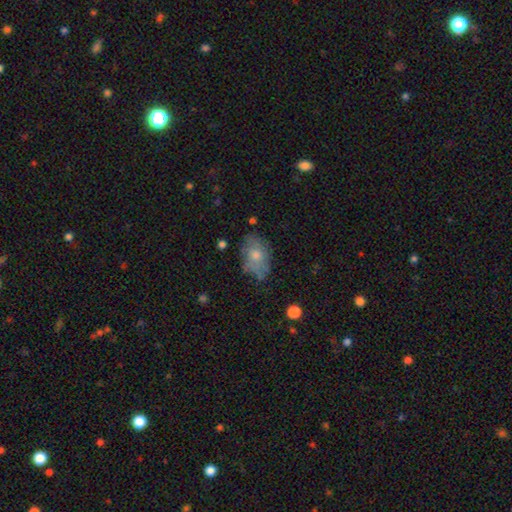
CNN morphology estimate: Smooth or featured? Predicted: smooth (p=0.57). How rounded? Predicted: in between (p=0.85). Merging? Predicted: none (p=0.63).